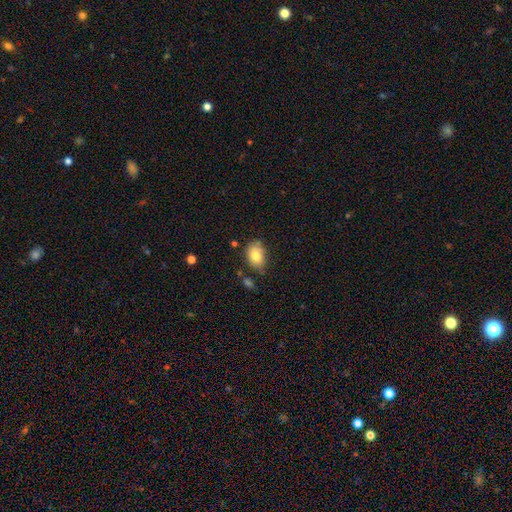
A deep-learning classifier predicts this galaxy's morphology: smooth 79%, featured or disk 13%, star or artifact 8%. Down the decision tree: how rounded — in between (78%); merging — none (68%).